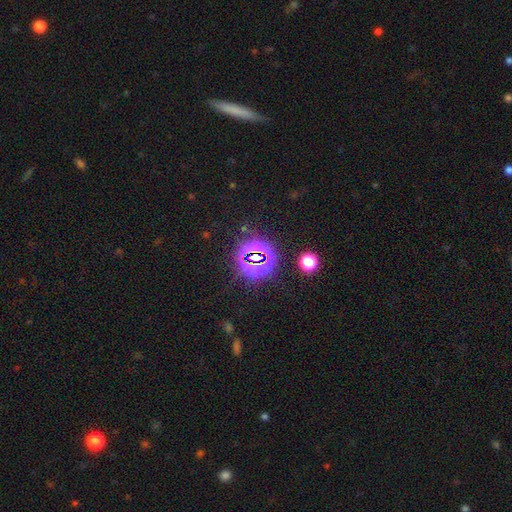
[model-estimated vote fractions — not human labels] Morphology: type=star or artifact (78%).